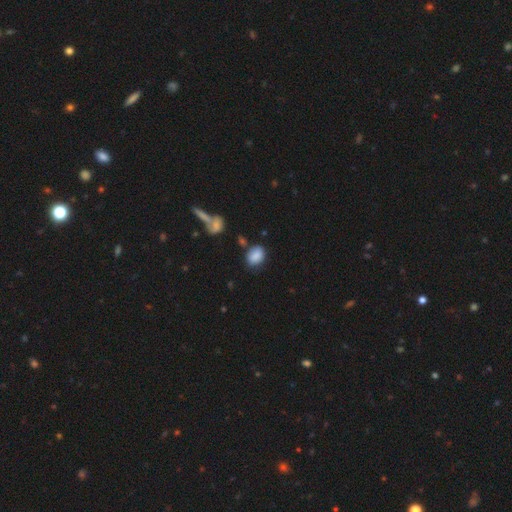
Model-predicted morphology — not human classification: This is clearly a smooth galaxy (86%). How rounded: likely in between (71%). Merging: likely none (68%).